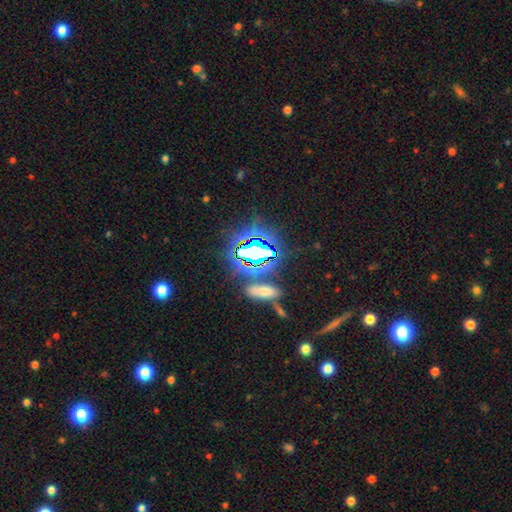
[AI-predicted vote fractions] A star or artifact, not a galaxy (70%).

Vote fractions:
- Smooth or featured? star or artifact: 70% / smooth: 19% / featured or disk: 11%